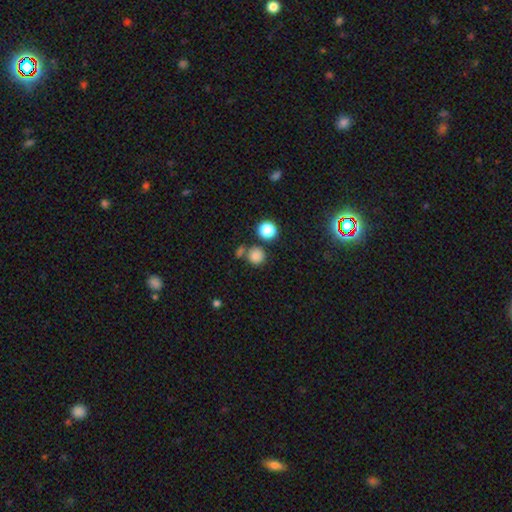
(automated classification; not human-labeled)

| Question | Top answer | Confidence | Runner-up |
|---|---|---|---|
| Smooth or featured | smooth | 81% | star or artifact (14%) |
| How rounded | round | 90% | in between (9%) |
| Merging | none | 68% | merger (18%) |